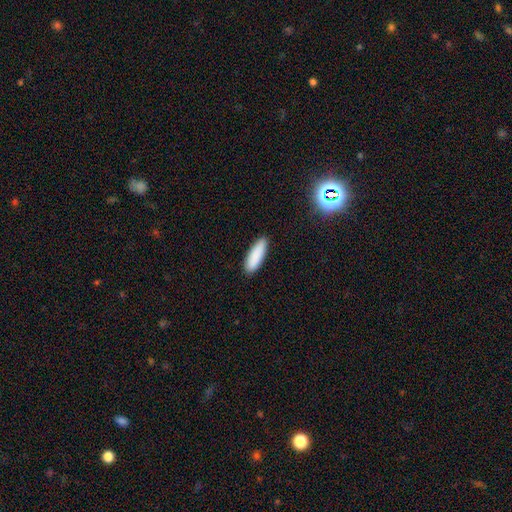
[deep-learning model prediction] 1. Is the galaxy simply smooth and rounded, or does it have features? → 89% smooth, 6% star or artifact, 5% featured or disk.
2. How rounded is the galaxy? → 55% in between, 43% cigar-shaped, 2% round.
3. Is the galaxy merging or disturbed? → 88% none, 9% minor disturbance, 2% major disturbance, 1% merger.